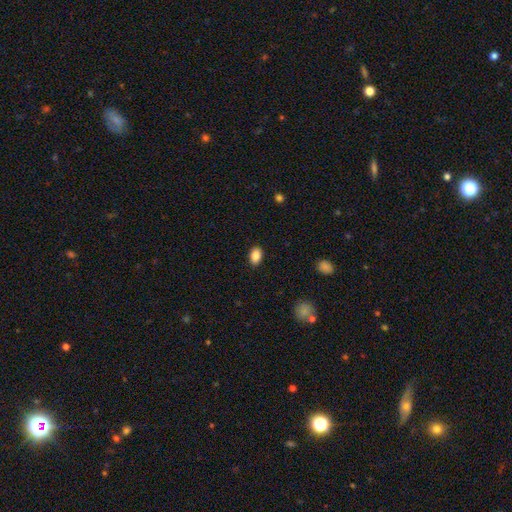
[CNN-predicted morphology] The model was most divided on "how rounded": in between: 83%, round: 16%, cigar-shaped: 1%. More confident: merging — none (87%); smooth or featured — smooth (87%).